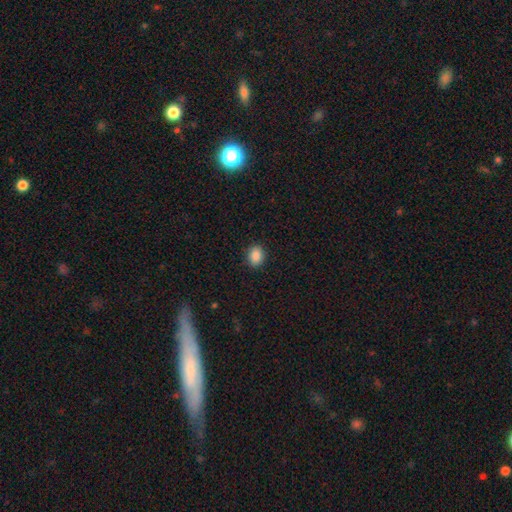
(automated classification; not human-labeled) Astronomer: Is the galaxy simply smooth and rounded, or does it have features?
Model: smooth — 88%.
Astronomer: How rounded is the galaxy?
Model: round — 50% (runner-up: in between, 49%).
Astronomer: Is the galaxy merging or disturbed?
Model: none — 89%.